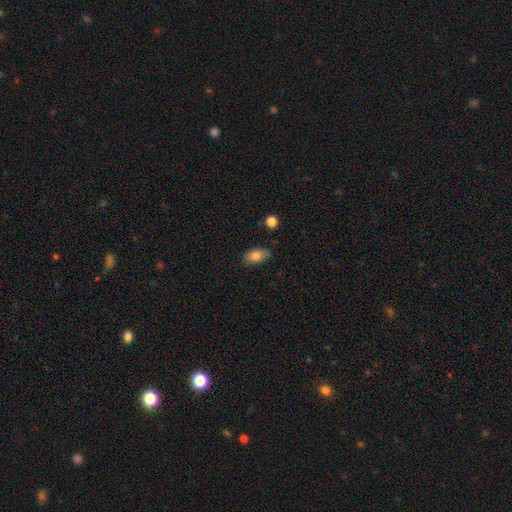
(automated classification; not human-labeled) smooth 82%, featured or disk 10%, star or artifact 8%. Down the decision tree: how rounded — in between (90%); merging — none (79%).